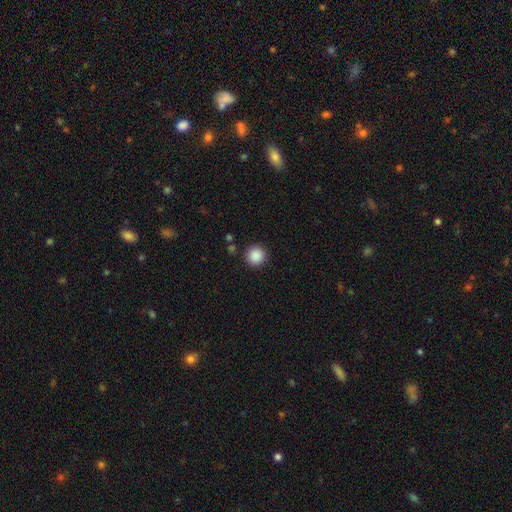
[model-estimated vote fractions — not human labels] Q: Smooth or featured?
A: smooth (88%); runner-up: star or artifact (9%)
Q: How rounded?
A: round (95%); runner-up: in between (4%)
Q: Merging?
A: none (90%); runner-up: minor disturbance (6%)